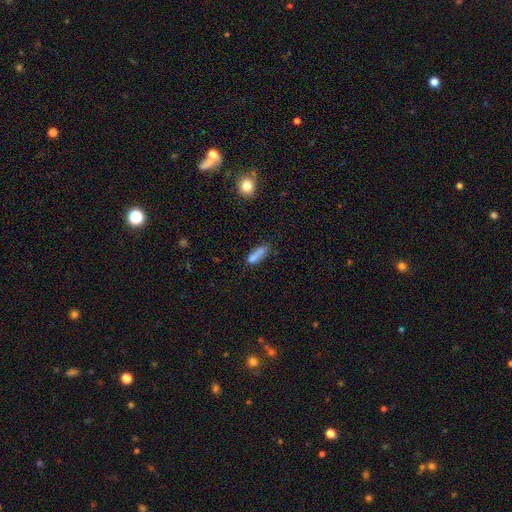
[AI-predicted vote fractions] Q: Smooth or featured?
A: smooth (77%); runner-up: featured or disk (13%)
Q: How rounded?
A: in between (53%); runner-up: cigar-shaped (43%)
Q: Merging?
A: none (51%); runner-up: minor disturbance (22%)